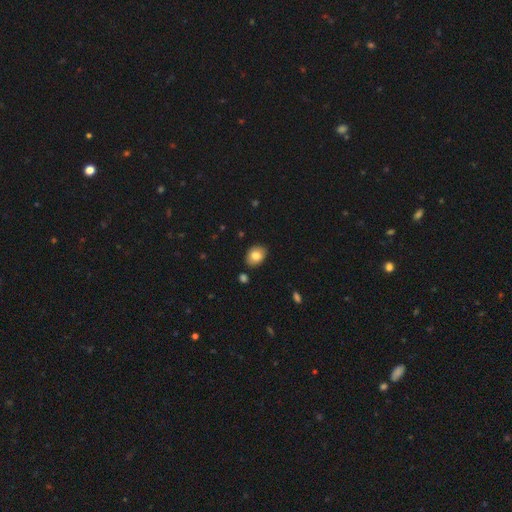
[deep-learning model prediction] This appears to be a smooth galaxy with no disk features (82%) that is in between round and cigar-shaped (70%). Merging: none (85%).